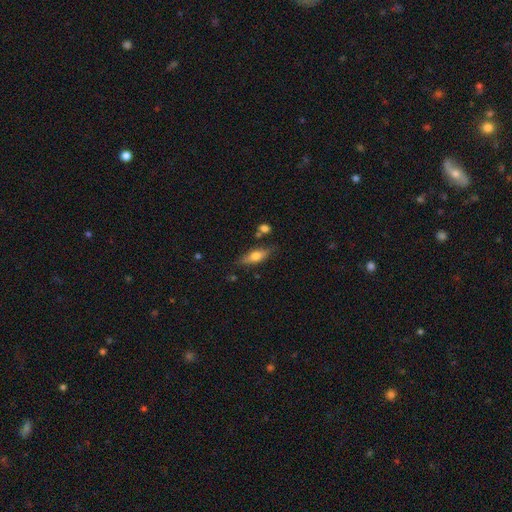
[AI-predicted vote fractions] Smooth or featured?
  - smooth: 57% *
  - featured or disk: 36%
  - star or artifact: 7%
How rounded?
  - in between: 58% *
  - cigar-shaped: 39%
  - round: 3%
Merging?
  - none: 76% *
  - minor disturbance: 15%
  - merger: 6%
  - major disturbance: 4%